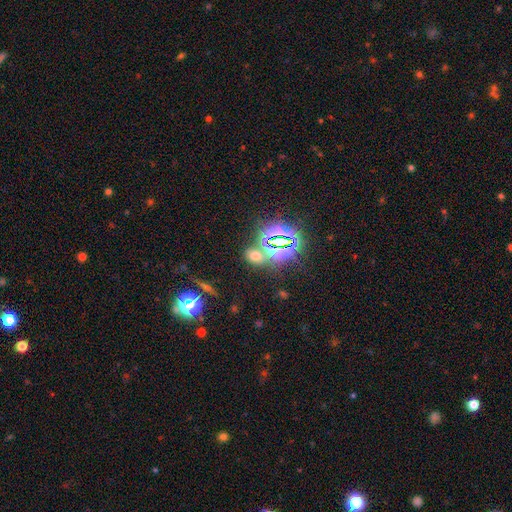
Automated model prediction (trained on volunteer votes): This appears to be a star or artifact, not a galaxy (48%).